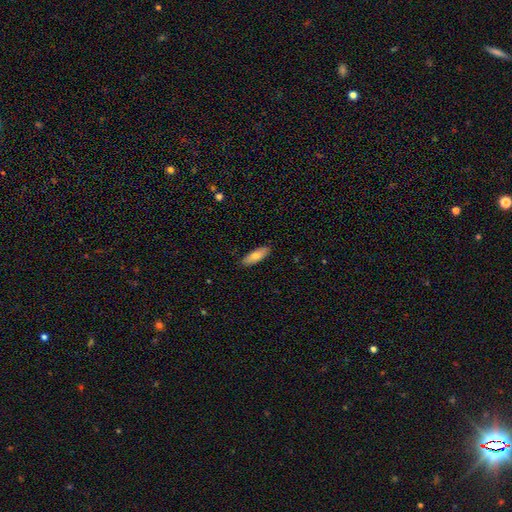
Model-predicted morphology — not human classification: Overall: smooth (74%). How rounded: in between (68%; cigar-shaped 30%). Merging: none (89%).